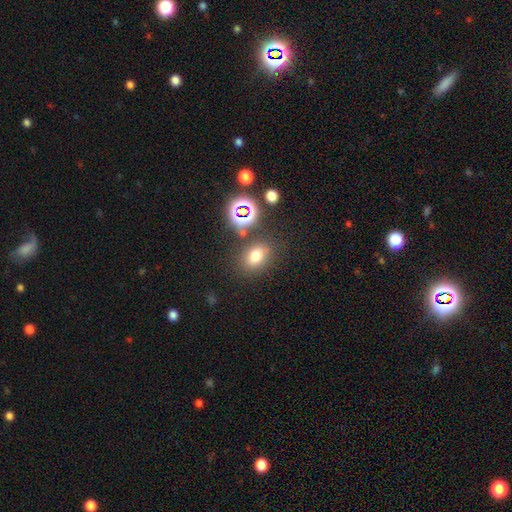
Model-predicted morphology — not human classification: Overall: smooth (70%). How rounded: in between (60%; round 39%). Merging: none (75%).